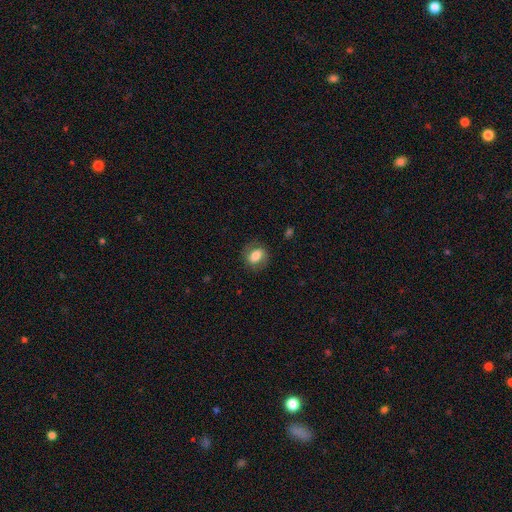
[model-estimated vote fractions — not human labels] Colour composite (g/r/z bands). It shows a smooth galaxy with no disk features (68%) that is in between round and cigar-shaped (64%). Merging: none (76%).